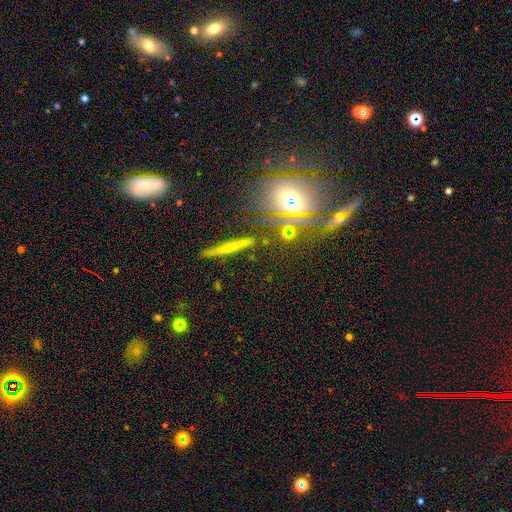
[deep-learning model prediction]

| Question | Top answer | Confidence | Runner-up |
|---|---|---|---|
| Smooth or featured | star or artifact | 48% | smooth (30%) |